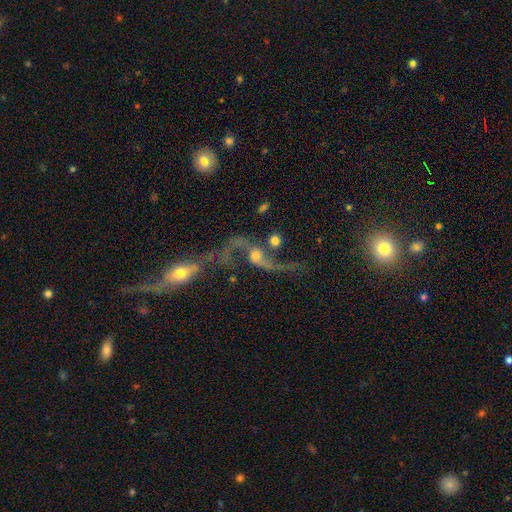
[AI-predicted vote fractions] Smooth or featured?
  - featured or disk: 81% *
  - smooth: 11%
  - star or artifact: 8%
Edge-on disk?
  - no: 94% *
  - yes: 6%
Bar?
  - no: 60% *
  - weak: 29%
  - strong: 11%
Spiral arms?
  - yes: 90% *
  - no: 10%
Spiral winding?
  - loose: 91% *
  - medium: 7%
  - tight: 2%
Spiral arm count?
  - 2: 92% *
  - 1: 3%
  - can't tell: 2%
  - 3: 1%
  - 4: 1%
  - more than 4: 1%
Bulge size?
  - moderate: 52% *
  - small: 30%
  - large: 11%
  - none: 5%
  - dominant: 3%
Merging?
  - merger: 40% *
  - none: 30%
  - major disturbance: 18%
  - minor disturbance: 11%